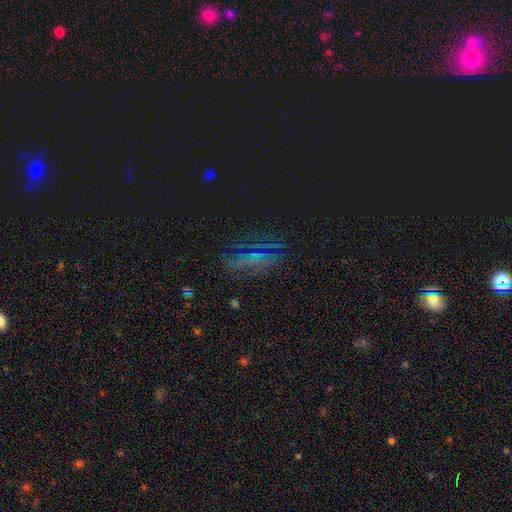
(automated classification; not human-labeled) smooth_or_featured: star or artifact (p=0.40) [alt: smooth p=0.32]